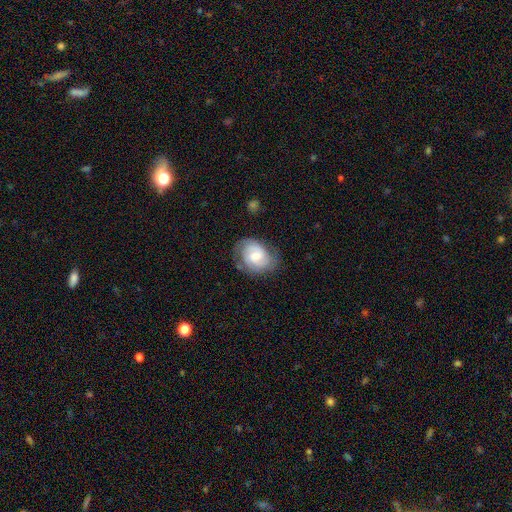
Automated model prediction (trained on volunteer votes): Morphology: type=featured or disk (61%); edge-on=no (97%); bar=weak (47%); spiral arms=yes (88%); winding=tight (48%); arm count=2 (66%); bulge=moderate (53%); merging=none (69%).